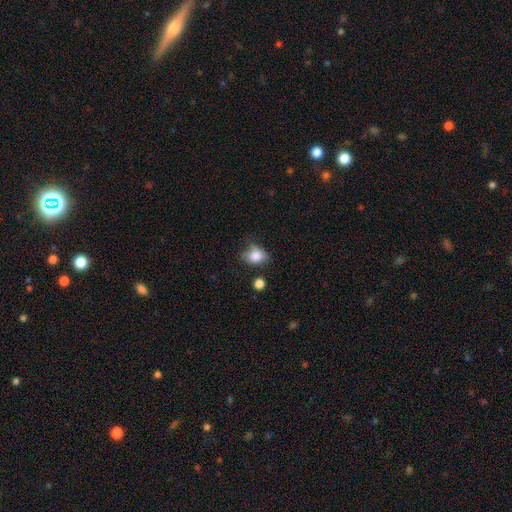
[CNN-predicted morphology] A smooth galaxy with no disk features (81%) that is in between round and cigar-shaped (65%). Merging: none (51%).